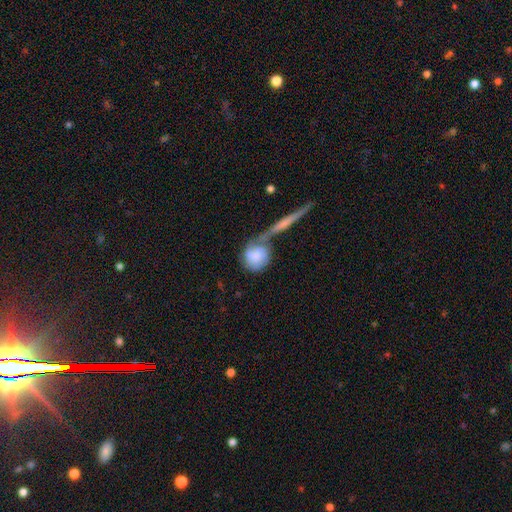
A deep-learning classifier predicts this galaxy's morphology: Q: Smooth or featured?
A: smooth (63%); runner-up: featured or disk (30%)
Q: How rounded?
A: round (75%); runner-up: in between (21%)
Q: Merging?
A: merger (48%); runner-up: none (27%)